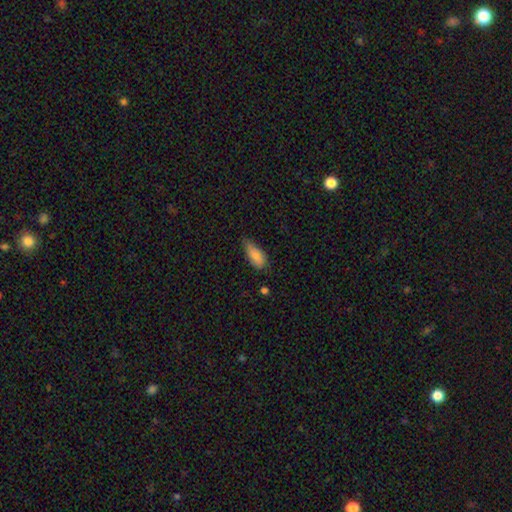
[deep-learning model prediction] This is clearly a smooth galaxy (85%). How rounded: clearly in between (85%). Merging: possibly none (53%).